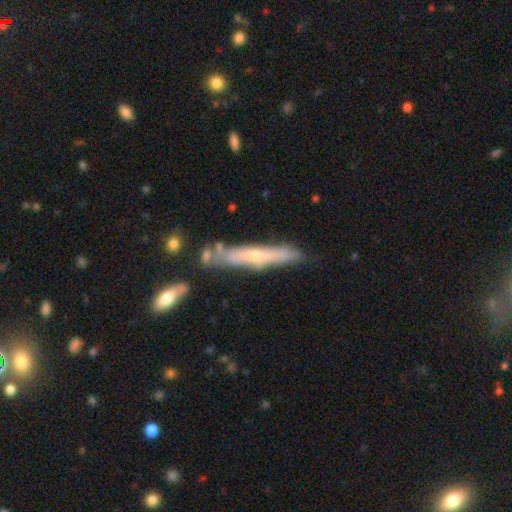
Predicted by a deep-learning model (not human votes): The model was most divided on "smooth or featured": featured or disk: 56%, smooth: 38%, star or artifact: 6%. More confident: edge-on disk — yes (83%); merging — none (72%).